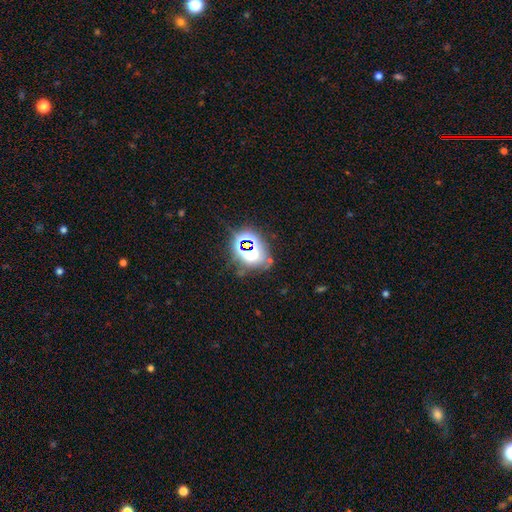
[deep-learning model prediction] Smooth or featured? star or artifact (60%)